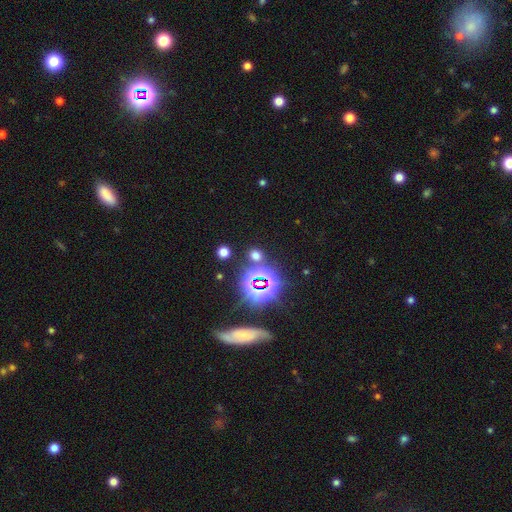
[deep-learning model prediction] smooth 50%, star or artifact 44%, featured or disk 6%. Down the decision tree: merging — none (80%).